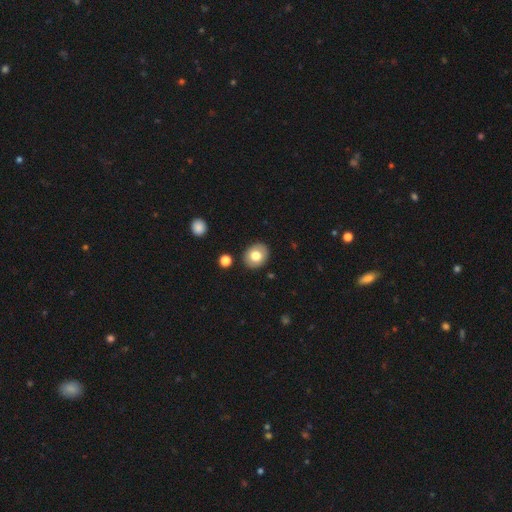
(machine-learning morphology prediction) A smooth galaxy with no disk features (76%) that is round (55%).

Vote fractions:
- Smooth or featured? smooth: 76% / featured or disk: 16% / star or artifact: 8%
- How rounded? round: 55% / in between: 44% / cigar-shaped: 1%
- Merging? none: 88% / minor disturbance: 8% / major disturbance: 2% / merger: 2%